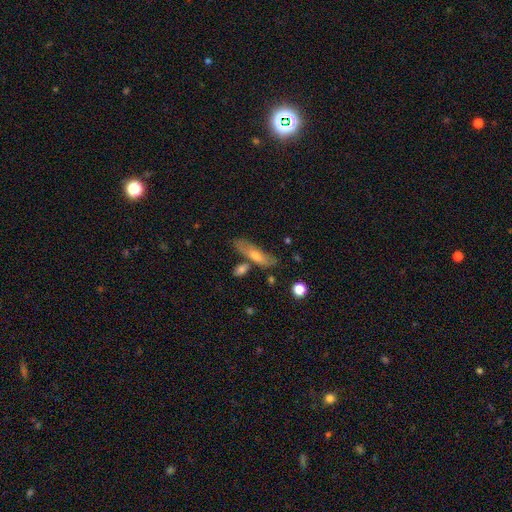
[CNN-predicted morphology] Smooth or featured?
  - smooth: 58% *
  - featured or disk: 34%
  - star or artifact: 7%
How rounded?
  - cigar-shaped: 60% *
  - in between: 37%
  - round: 3%
Merging?
  - none: 62% *
  - minor disturbance: 18%
  - merger: 14%
  - major disturbance: 6%